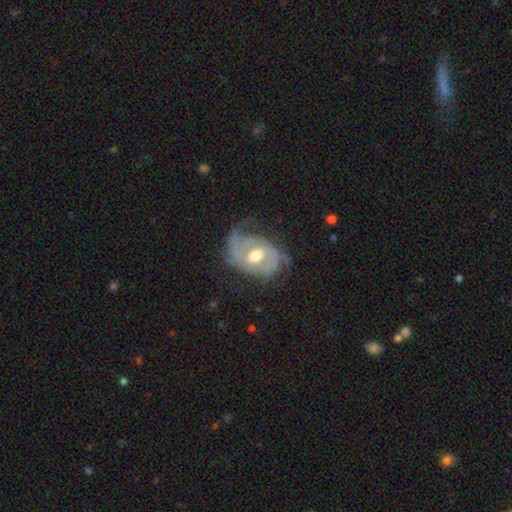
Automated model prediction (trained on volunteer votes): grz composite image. It shows a featured or disk galaxy (85%) with a weak bar (47%), 2 (62%) medium (44%) spiral arms (93%) and a moderate central bulge (73%). Merging: none (57%).